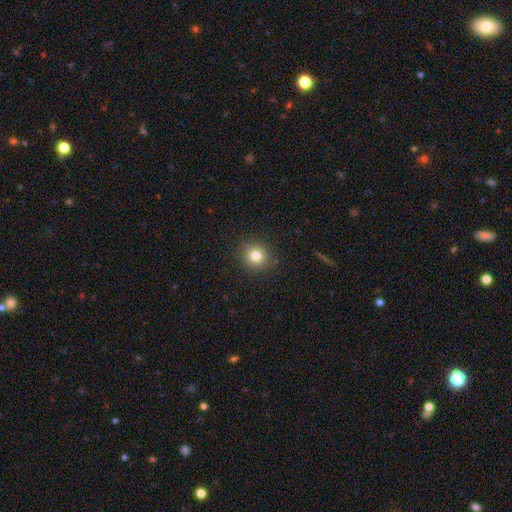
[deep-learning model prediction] This is likely a smooth galaxy (80%). How rounded: clearly round (91%). Merging: clearly none (90%).